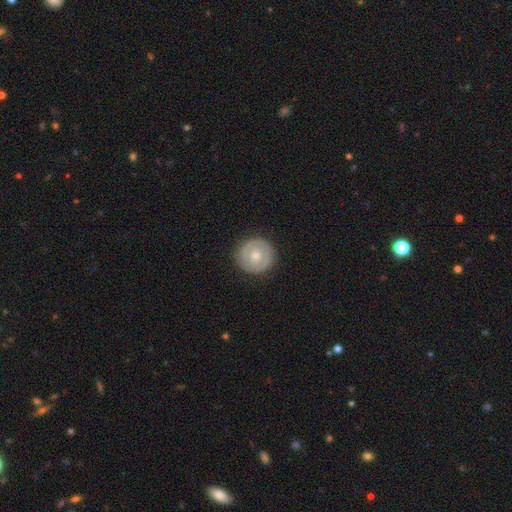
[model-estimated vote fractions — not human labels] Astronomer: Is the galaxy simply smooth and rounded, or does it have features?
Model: featured or disk — 48% (runner-up: smooth, 46%).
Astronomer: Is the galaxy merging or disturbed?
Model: none — 89%.